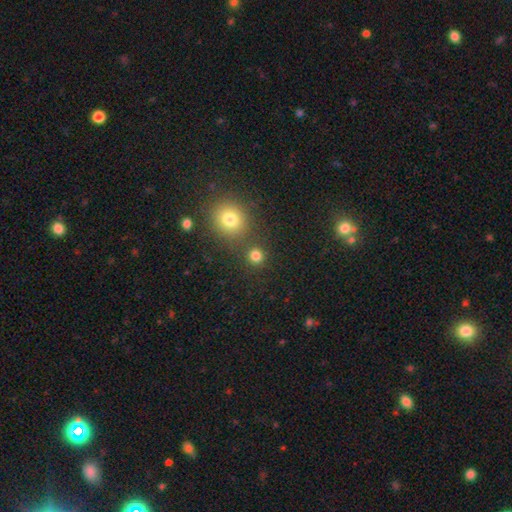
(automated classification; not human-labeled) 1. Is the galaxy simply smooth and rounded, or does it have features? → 80% smooth, 16% star or artifact, 5% featured or disk.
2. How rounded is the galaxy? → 89% round, 10% in between, 1% cigar-shaped.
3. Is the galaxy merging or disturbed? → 80% none, 11% merger, 6% minor disturbance, 3% major disturbance.